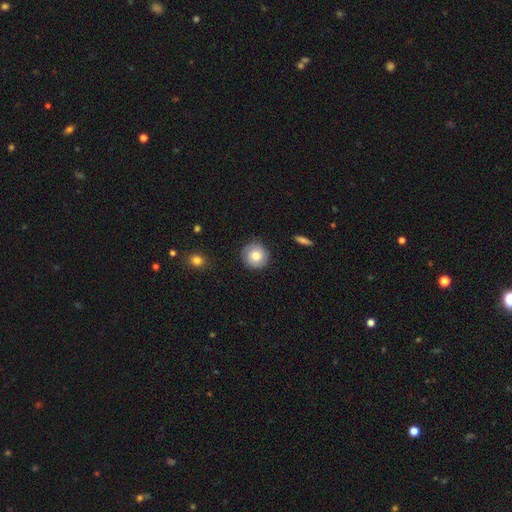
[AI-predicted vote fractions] Morphology: type=smooth (62%); roundness=round (92%); merging=none (86%).